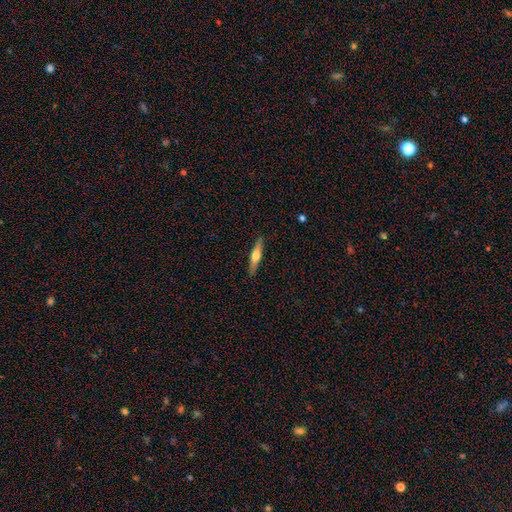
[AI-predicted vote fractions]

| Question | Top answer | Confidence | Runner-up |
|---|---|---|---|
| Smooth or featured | featured or disk | 50% | smooth (44%) |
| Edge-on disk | yes | 94% | no (6%) |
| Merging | none | 89% | minor disturbance (8%) |